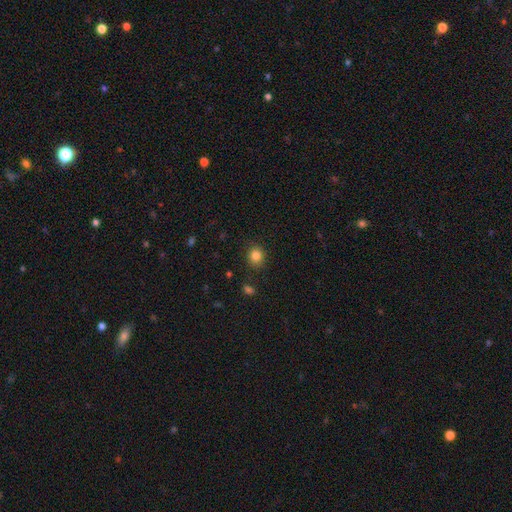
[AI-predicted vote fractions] Overall: smooth (84%). How rounded: round (77%). Merging: none (86%).